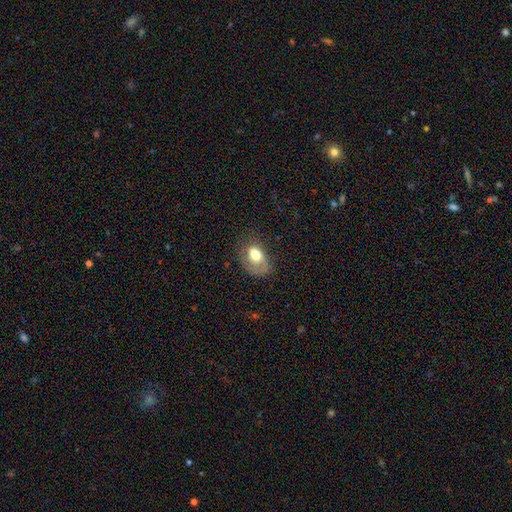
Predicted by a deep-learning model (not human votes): Smooth or featured?
  - smooth: 59% *
  - featured or disk: 33%
  - star or artifact: 8%
How rounded?
  - in between: 77% *
  - round: 21%
  - cigar-shaped: 1%
Merging?
  - none: 47% *
  - minor disturbance: 28%
  - major disturbance: 23%
  - merger: 2%